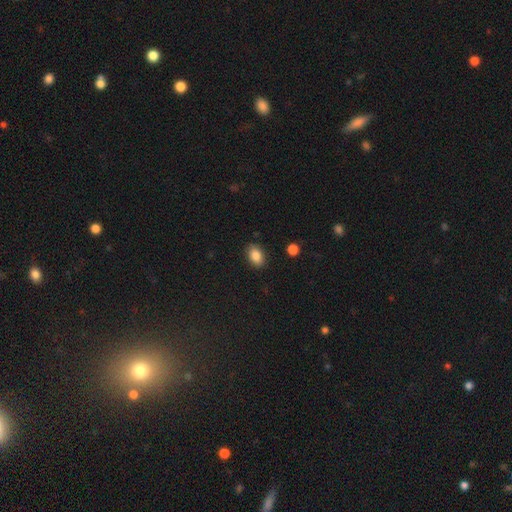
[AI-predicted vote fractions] Smooth or featured: smooth — 86% (star or artifact — 8%)
How rounded: in between — 86% (round — 13%)
Merging: none — 86% (minor disturbance — 10%)